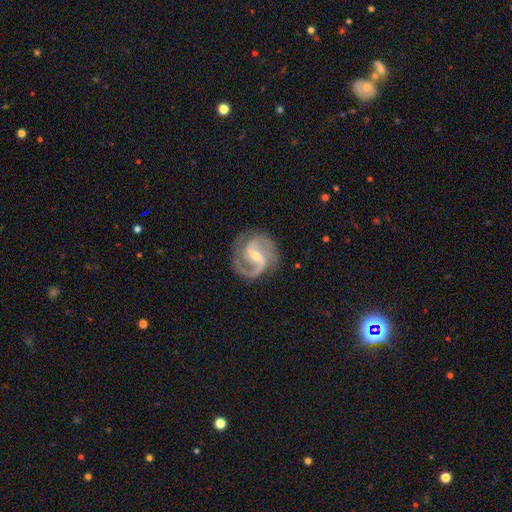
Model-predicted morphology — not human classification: Q: Smooth or featured?
A: featured or disk (91%); runner-up: smooth (4%)
Q: Edge-on disk?
A: no (98%); runner-up: yes (2%)
Q: Bar?
A: weak (48%); runner-up: strong (31%)
Q: Spiral arms?
A: yes (98%); runner-up: no (2%)
Q: Spiral winding?
A: medium (60%); runner-up: tight (22%)
Q: Spiral arm count?
A: 2 (85%); runner-up: 3 (6%)
Q: Bulge size?
A: small (61%); runner-up: moderate (36%)
Q: Merging?
A: none (78%); runner-up: minor disturbance (14%)